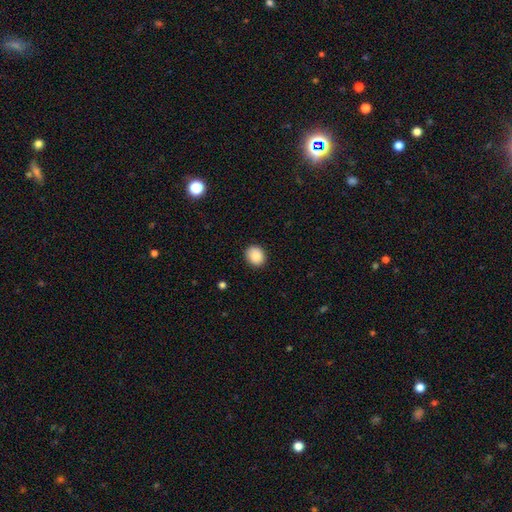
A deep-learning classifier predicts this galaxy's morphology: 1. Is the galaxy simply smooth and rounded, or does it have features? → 89% smooth, 8% star or artifact, 3% featured or disk.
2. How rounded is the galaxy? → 64% round, 35% in between, 1% cigar-shaped.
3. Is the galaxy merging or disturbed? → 89% none, 8% minor disturbance, 2% major disturbance, 1% merger.